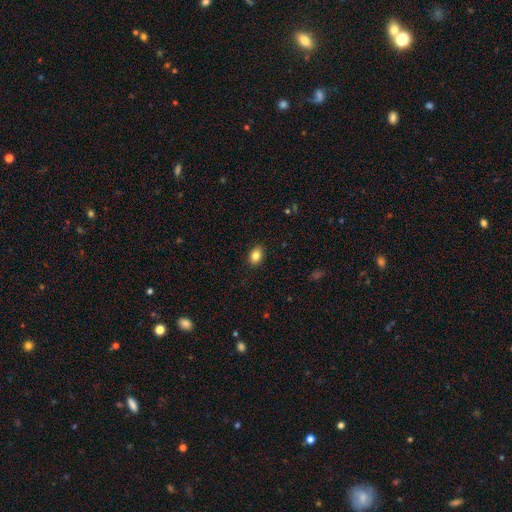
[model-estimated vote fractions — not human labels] Smooth or featured? smooth (85%)
How rounded? in between (76%)
Merging? none (89%)